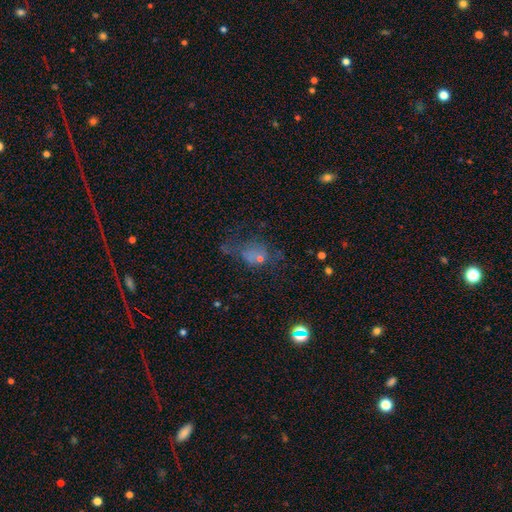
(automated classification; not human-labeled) Overall: smooth (47%; featured or disk 27%). Merging: major disturbance (40%; none 32%).